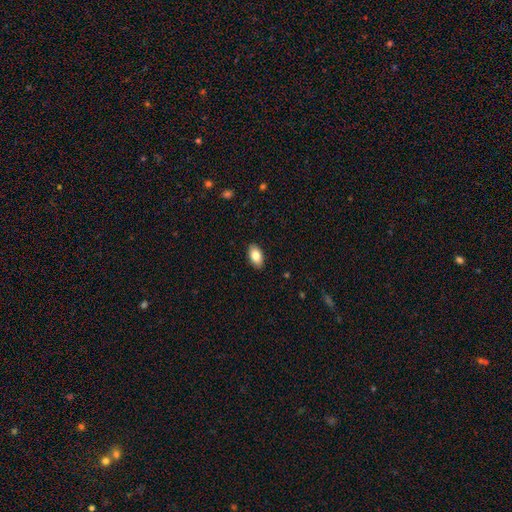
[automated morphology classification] Smooth or featured?
  - smooth: 82% *
  - featured or disk: 11%
  - star or artifact: 7%
How rounded?
  - in between: 93% *
  - round: 4%
  - cigar-shaped: 3%
Merging?
  - none: 89% *
  - minor disturbance: 9%
  - major disturbance: 2%
  - merger: 1%